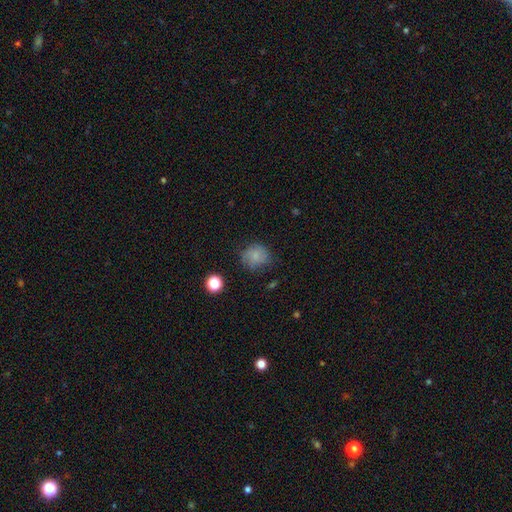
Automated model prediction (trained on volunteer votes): Smooth or featured? smooth (76%)
How rounded? round (78%)
Merging? none (70%)